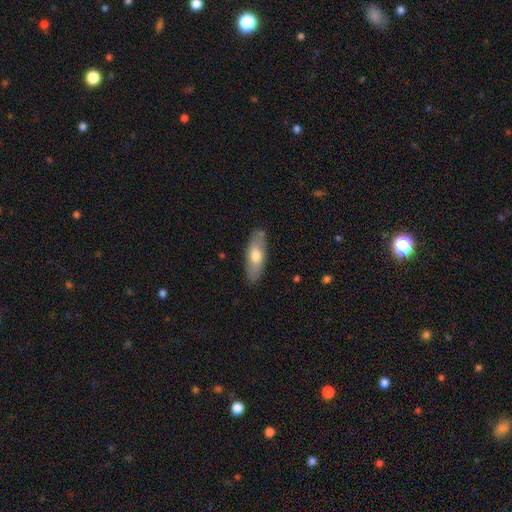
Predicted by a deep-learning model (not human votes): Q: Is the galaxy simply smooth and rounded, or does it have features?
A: smooth — 65%.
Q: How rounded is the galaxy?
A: in between — 69%.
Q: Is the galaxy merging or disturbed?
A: none — 84%.